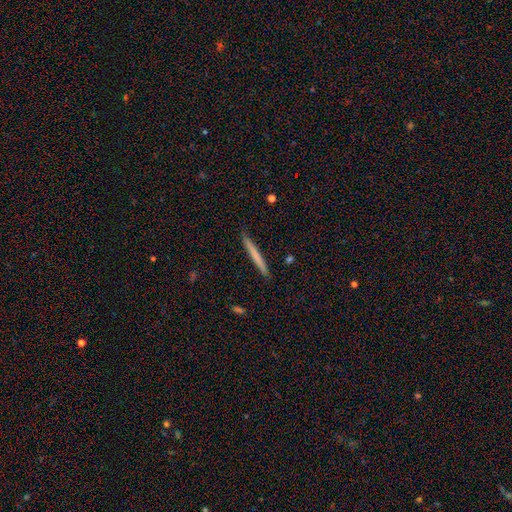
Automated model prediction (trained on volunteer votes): A smooth galaxy with no disk features (65%) that is cigar-shaped (97%). Merging: none (91%).